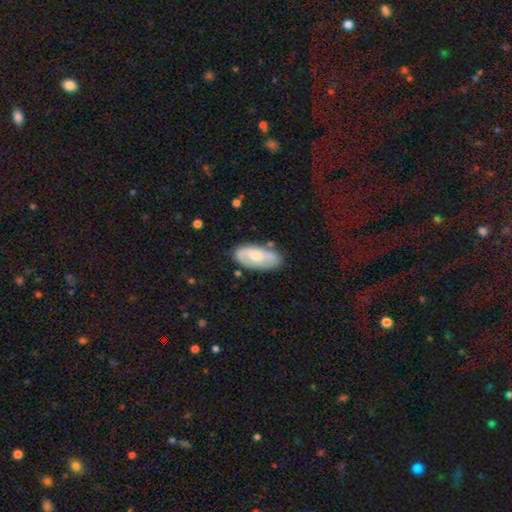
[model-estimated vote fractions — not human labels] Smooth or featured? Predicted: featured or disk (p=0.49). Merging? Predicted: none (p=0.68).